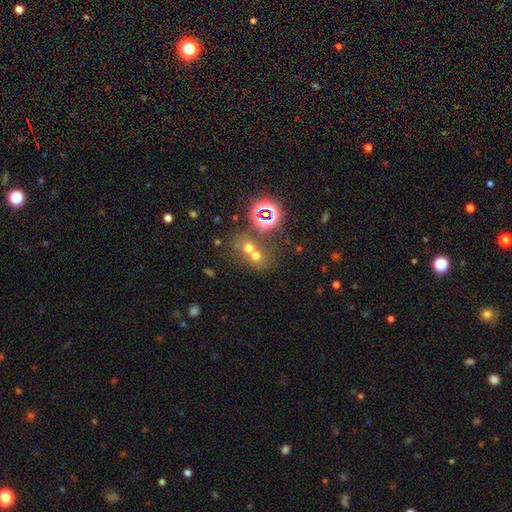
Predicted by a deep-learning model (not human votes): Overall: smooth (54%; star or artifact 29%). How rounded: round (73%). Merging: merger (51%; none 38%).